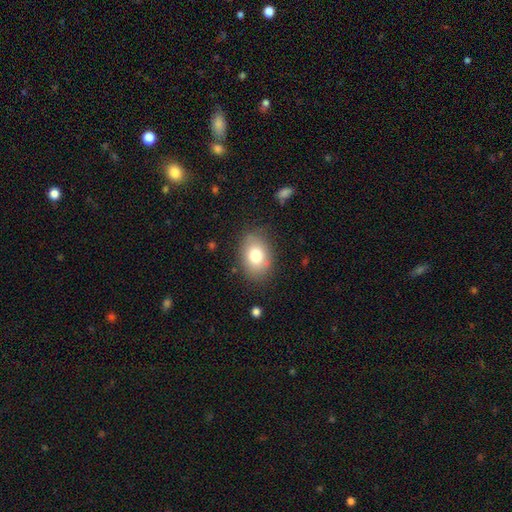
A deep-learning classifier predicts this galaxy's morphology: The model was most divided on "how rounded": in between: 77%, round: 22%, cigar-shaped: 1%. More confident: merging — none (81%); smooth or featured — smooth (78%).